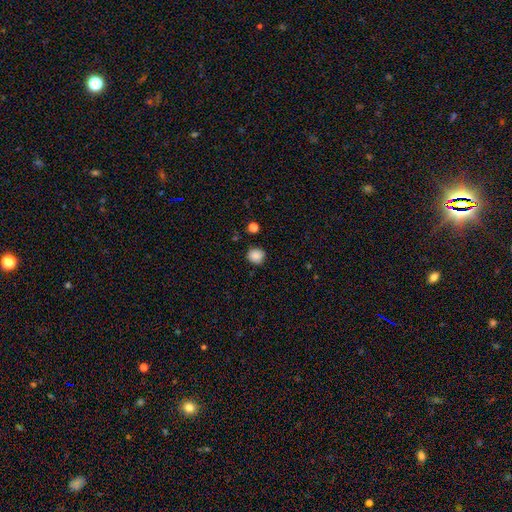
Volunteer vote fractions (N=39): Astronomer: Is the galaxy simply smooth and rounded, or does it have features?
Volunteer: smooth — 85%.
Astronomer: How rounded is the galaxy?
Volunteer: round — 91%.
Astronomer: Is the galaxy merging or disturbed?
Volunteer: none — 89%.